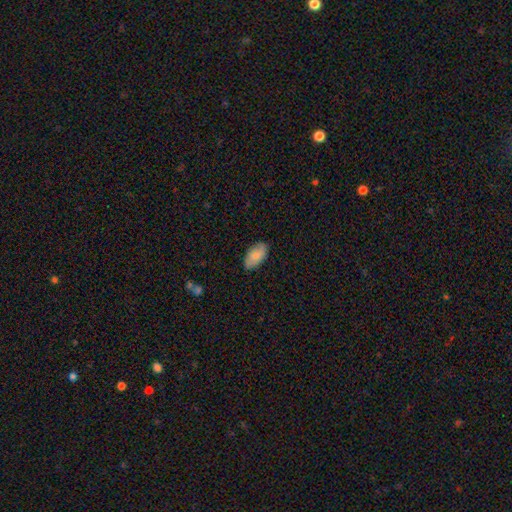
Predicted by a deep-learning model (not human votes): The model was most divided on "smooth or featured": smooth: 81%, featured or disk: 13%, star or artifact: 6%. More confident: how rounded — in between (95%); merging — none (84%).